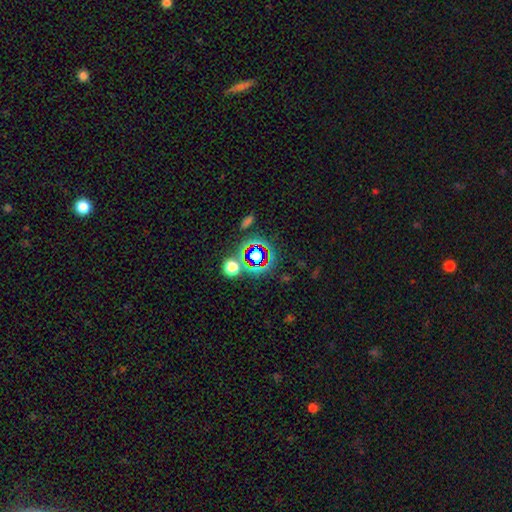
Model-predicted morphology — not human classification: Smooth or featured? Predicted: star or artifact (p=0.56).